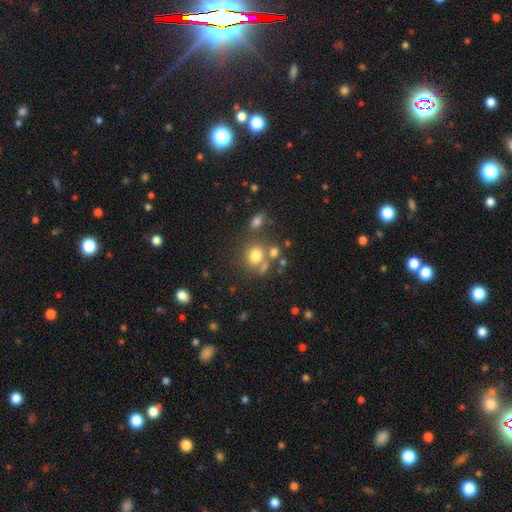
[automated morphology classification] Smooth or featured?
  - smooth: 74% *
  - star or artifact: 14%
  - featured or disk: 12%
How rounded?
  - round: 76% *
  - in between: 23%
  - cigar-shaped: 1%
Merging?
  - none: 57% *
  - merger: 22%
  - minor disturbance: 13%
  - major disturbance: 8%